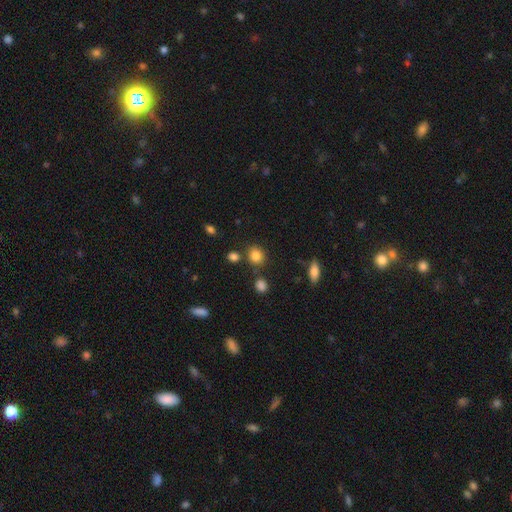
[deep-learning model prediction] This is clearly a smooth galaxy (83%). How rounded: likely round (79%). Merging: likely none (78%).